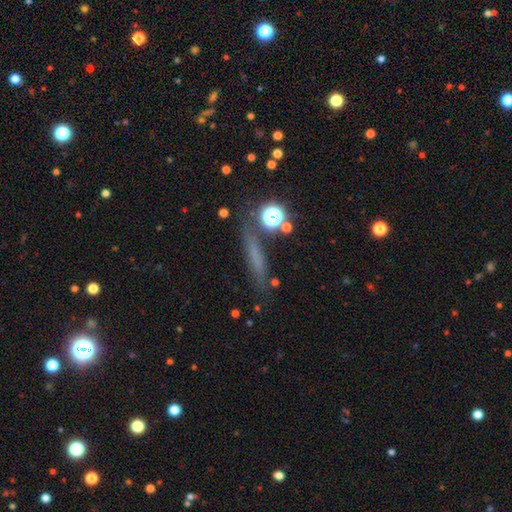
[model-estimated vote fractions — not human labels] Smooth or featured? Predicted: smooth (p=0.62). How rounded? Predicted: cigar-shaped (p=0.80). Merging? Predicted: none (p=0.73).